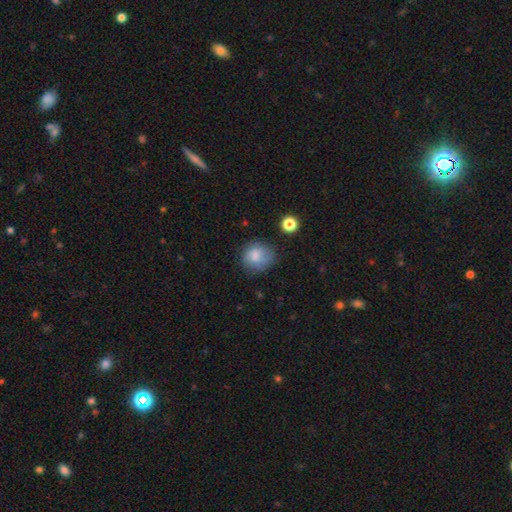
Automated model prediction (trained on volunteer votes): Q: Smooth or featured?
A: smooth (76%); runner-up: featured or disk (14%)
Q: How rounded?
A: round (74%); runner-up: in between (25%)
Q: Merging?
A: none (64%); runner-up: minor disturbance (24%)